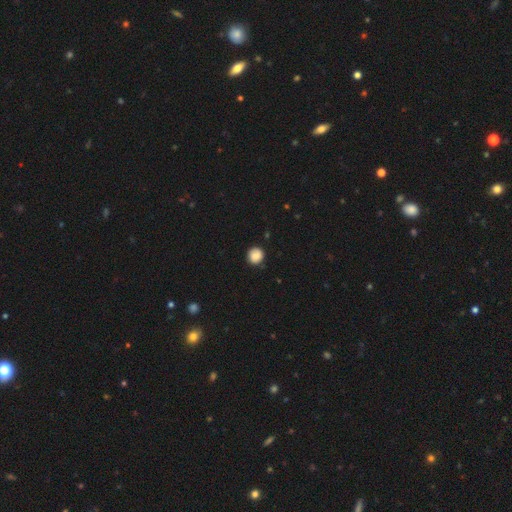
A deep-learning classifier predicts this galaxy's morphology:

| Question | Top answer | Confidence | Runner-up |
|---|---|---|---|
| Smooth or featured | smooth | 85% | star or artifact (8%) |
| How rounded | round | 90% | in between (10%) |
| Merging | none | 85% | minor disturbance (11%) |